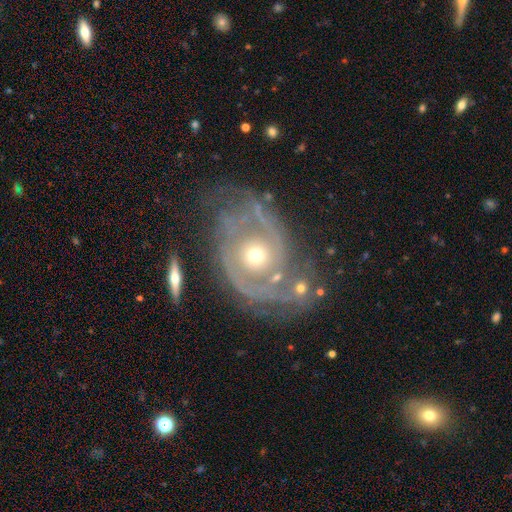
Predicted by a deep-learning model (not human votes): Smooth or featured? featured or disk (87%)
Edge-on disk? no (97%)
Bar? no (80%)
Spiral arms? yes (92%)
Spiral winding? tight (42%, tied with medium)
Spiral arm count? 2 (71%)
Bulge size? moderate (48%)
Merging? none (55%)